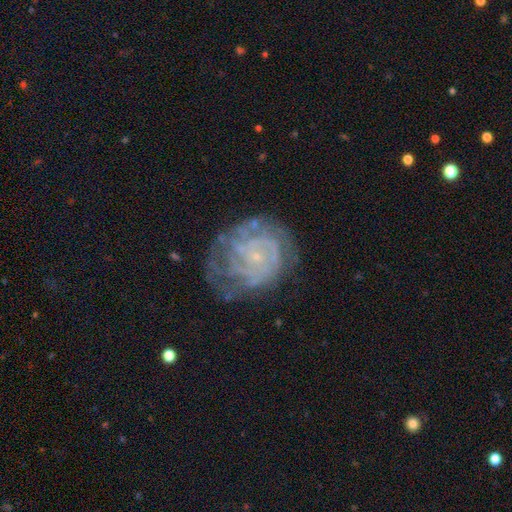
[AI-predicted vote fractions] A featured or disk galaxy (82%) with no bar (75%), tight (70%) spiral arms (92%) and a small central bulge (83%).

Vote fractions:
- Smooth or featured? featured or disk: 82% / smooth: 10% / star or artifact: 8%
- Edge-on disk? no: 98% / yes: 2%
- Bar? no: 75% / weak: 20% / strong: 4%
- Spiral arms? yes: 92% / no: 8%
- Spiral winding? tight: 70% / medium: 24% / loose: 6%
- Spiral arm count? can't tell: 36% / 2: 18% / 3: 17% / 4: 14% / more than 4: 8% / 1: 7%
- Bulge size? small: 83% / none: 8% / moderate: 7% / large: 1% / dominant: 1%
- Merging? none: 65% / minor disturbance: 21% / major disturbance: 12% / merger: 2%